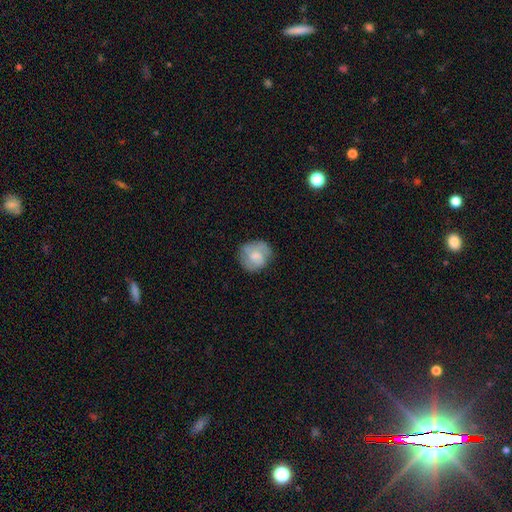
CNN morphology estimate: This is possibly a smooth galaxy (49%). Merging: likely none (71%).